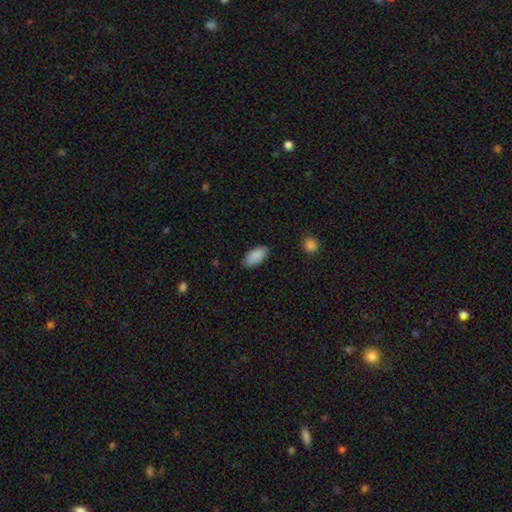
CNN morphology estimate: The model was most divided on "merging": none: 85%, minor disturbance: 11%, major disturbance: 2%, merger: 1%. More confident: how rounded — in between (93%); smooth or featured — smooth (89%).